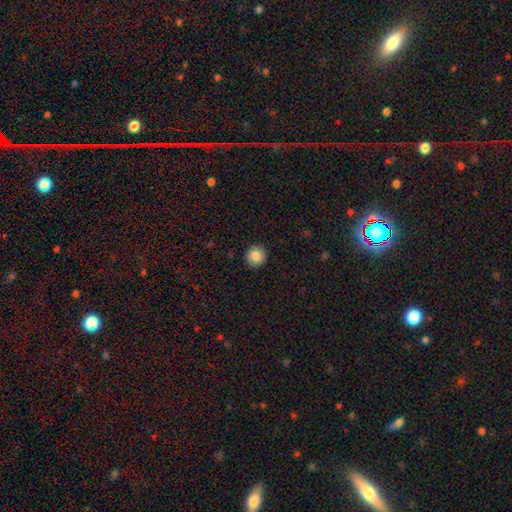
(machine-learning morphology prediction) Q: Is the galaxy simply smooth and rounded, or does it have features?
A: smooth — 85%.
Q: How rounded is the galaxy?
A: round — 93%.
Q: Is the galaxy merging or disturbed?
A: none — 91%.